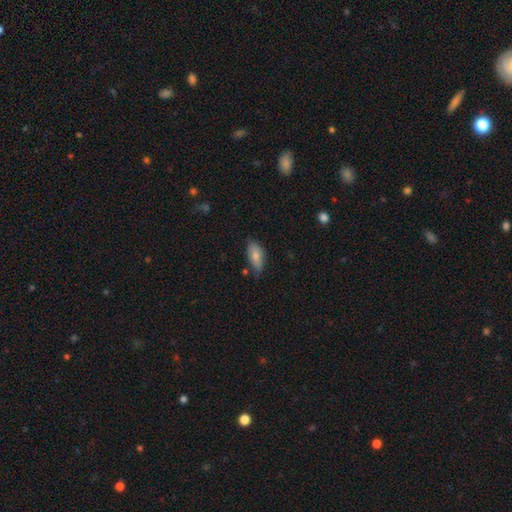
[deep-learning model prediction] Overall: smooth (75%). How rounded: in between (90%). Merging: none (58%; minor disturbance 33%).